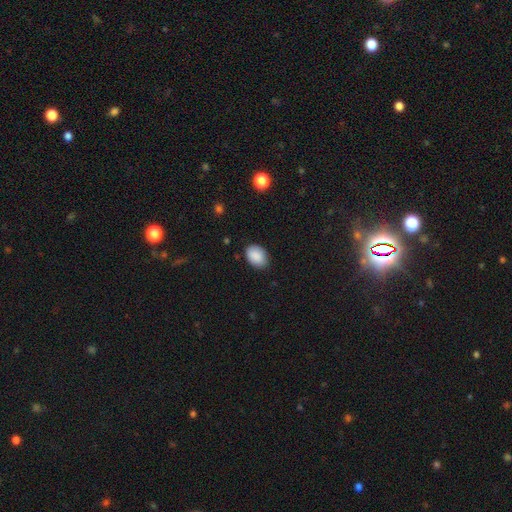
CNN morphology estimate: smooth 89%, star or artifact 7%, featured or disk 4%. Down the decision tree: how rounded — in between (80%); merging — none (79%).